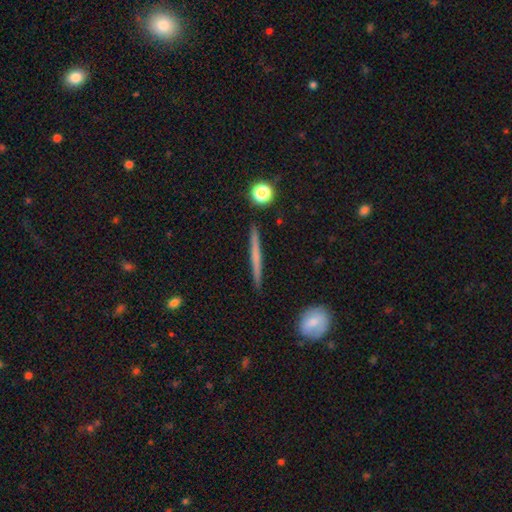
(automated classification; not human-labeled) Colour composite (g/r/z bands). It shows a featured or disk galaxy (52%) viewed edge-on (97%) with no central bulge (83%). Merging: none (92%).